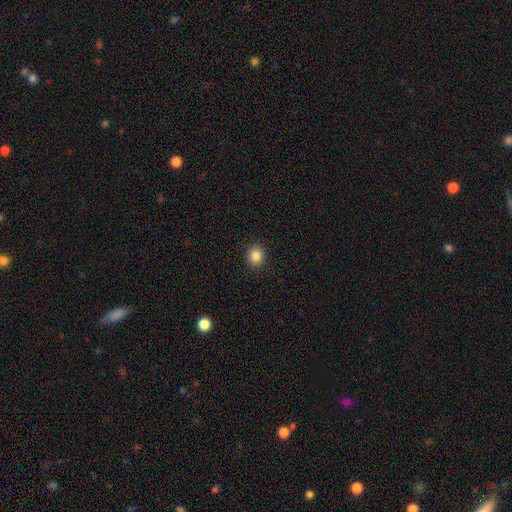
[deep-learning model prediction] A smooth galaxy with no disk features (85%) that is round (73%). Merging: none (91%).